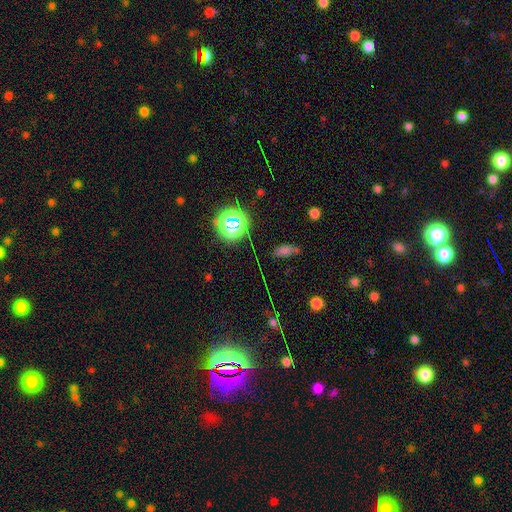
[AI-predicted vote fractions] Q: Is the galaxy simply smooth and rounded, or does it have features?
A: star or artifact — 66%.